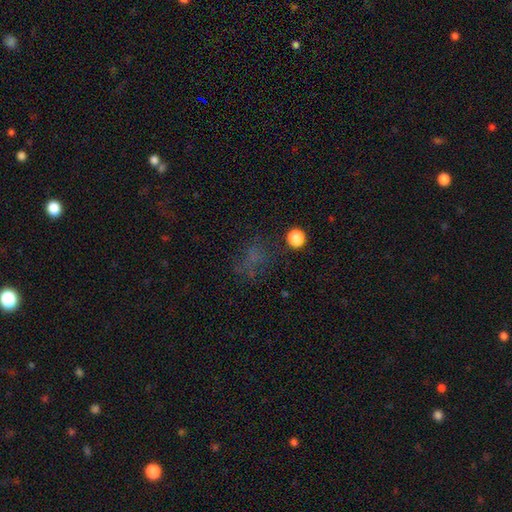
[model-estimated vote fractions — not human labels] Smooth or featured? Predicted: smooth (p=0.49). Merging? Predicted: none (p=0.60).